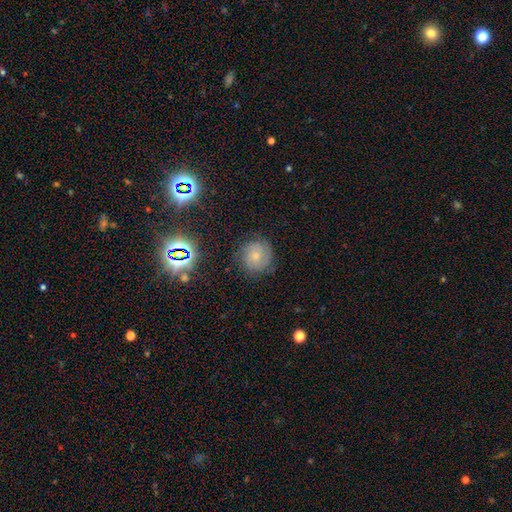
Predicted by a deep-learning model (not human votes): The model was most divided on "smooth or featured": featured or disk: 44%, smooth: 40%, star or artifact: 15%. More confident: merging — none (77%).